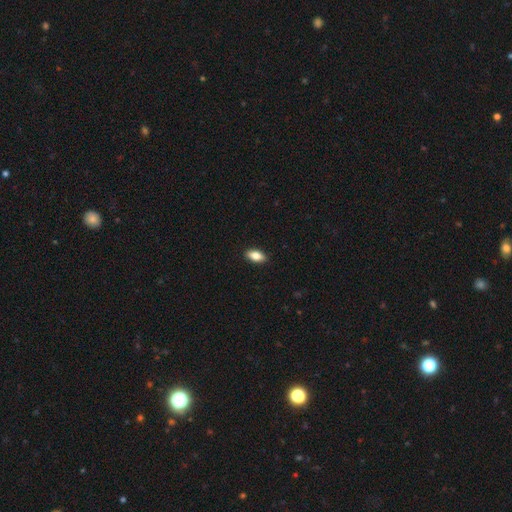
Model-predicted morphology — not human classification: Smooth or featured?
  - smooth: 81% *
  - featured or disk: 12%
  - star or artifact: 7%
How rounded?
  - in between: 88% *
  - cigar-shaped: 8%
  - round: 4%
Merging?
  - none: 90% *
  - minor disturbance: 7%
  - major disturbance: 2%
  - merger: 1%